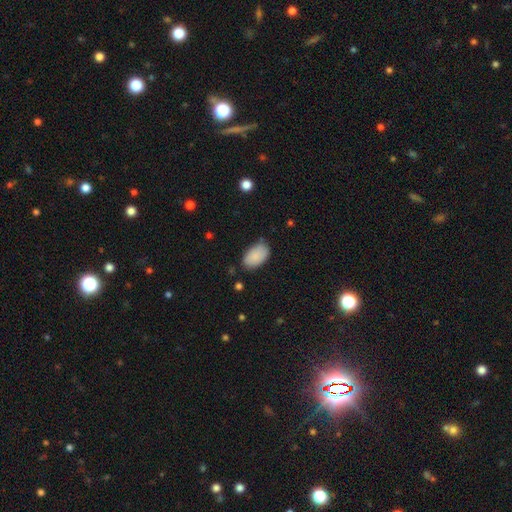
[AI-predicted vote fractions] Q: Smooth or featured?
A: smooth (88%); runner-up: star or artifact (6%)
Q: How rounded?
A: in between (94%); runner-up: round (4%)
Q: Merging?
A: none (76%); runner-up: minor disturbance (19%)